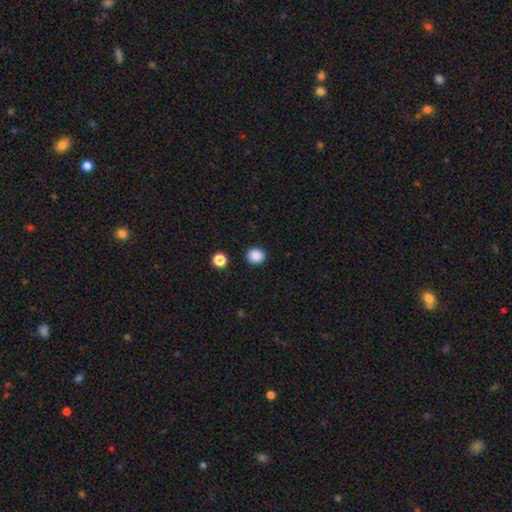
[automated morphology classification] type=smooth (88%); roundness=round (84%); merging=none (90%).